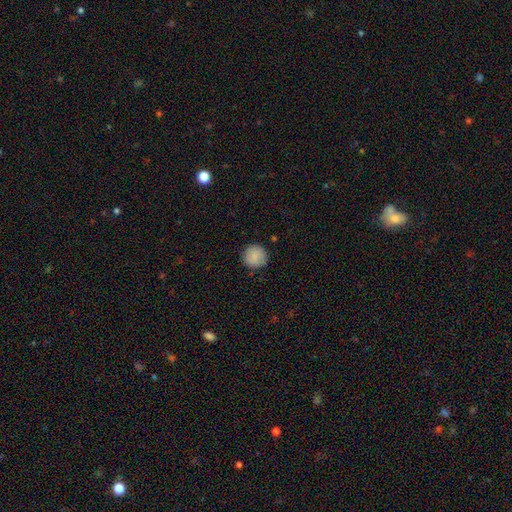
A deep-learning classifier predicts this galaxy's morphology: This is clearly a smooth galaxy (87%). How rounded: clearly round (95%). Merging: clearly none (89%).